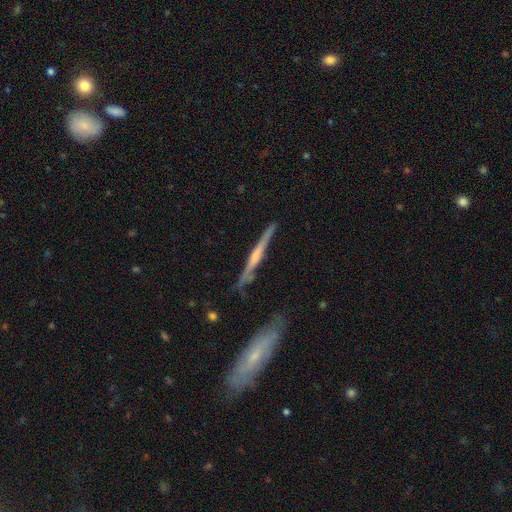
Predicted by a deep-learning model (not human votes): Morphology: type=featured or disk (67%); edge-on=yes (94%); edge-on bulge=rounded (69%); merging=none (82%).